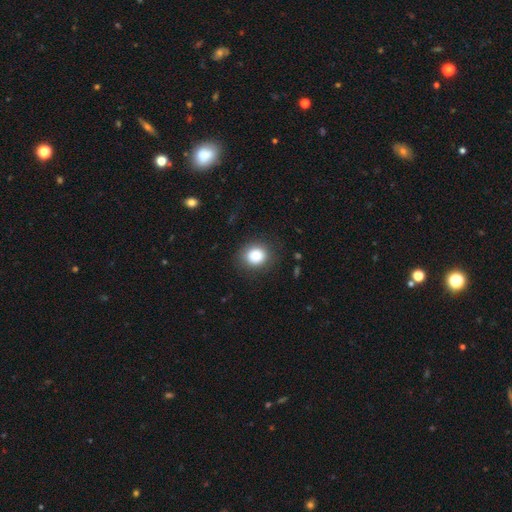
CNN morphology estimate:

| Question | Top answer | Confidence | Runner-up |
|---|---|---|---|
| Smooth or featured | smooth | 86% | star or artifact (9%) |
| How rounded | round | 77% | in between (22%) |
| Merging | none | 85% | minor disturbance (10%) |